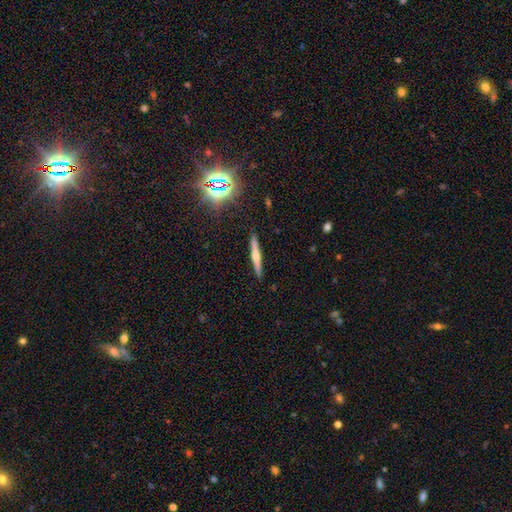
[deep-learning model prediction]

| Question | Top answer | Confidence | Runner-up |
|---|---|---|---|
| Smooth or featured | featured or disk | 60% | smooth (27%) |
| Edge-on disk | yes | 97% | no (3%) |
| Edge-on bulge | rounded | 84% | none (9%) |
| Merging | none | 91% | minor disturbance (6%) |